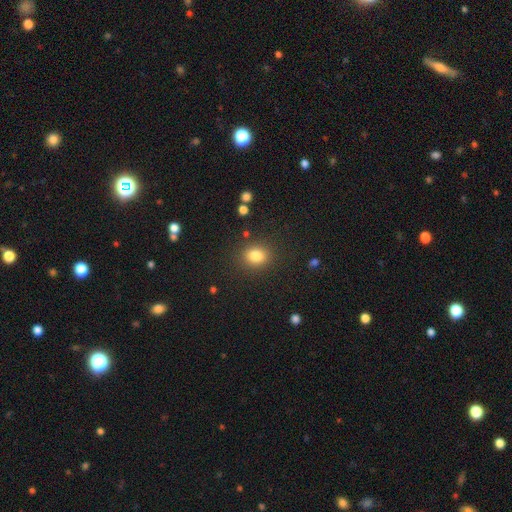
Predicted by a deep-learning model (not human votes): A smooth galaxy with no disk features (83%) that is round (57%). Merging: none (85%).